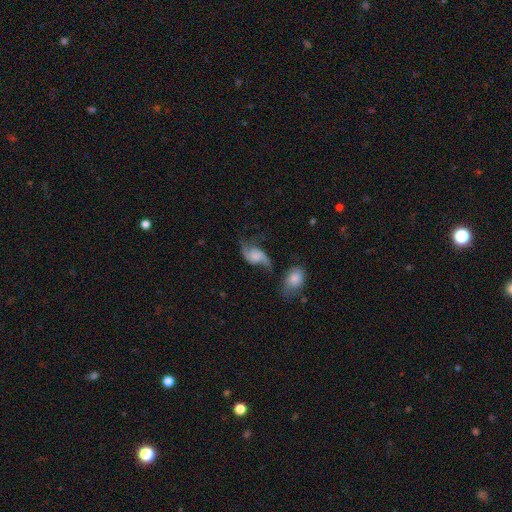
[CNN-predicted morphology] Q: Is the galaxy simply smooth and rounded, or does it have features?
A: featured or disk — 79%.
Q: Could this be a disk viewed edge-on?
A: no — 97%.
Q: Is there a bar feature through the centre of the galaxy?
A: no — 62%.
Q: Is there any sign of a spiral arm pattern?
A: yes — 95%.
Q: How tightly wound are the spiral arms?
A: loose — 72%.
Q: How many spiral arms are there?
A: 2 — 92%.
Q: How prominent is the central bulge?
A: none — 42%.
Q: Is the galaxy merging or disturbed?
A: none — 50%.